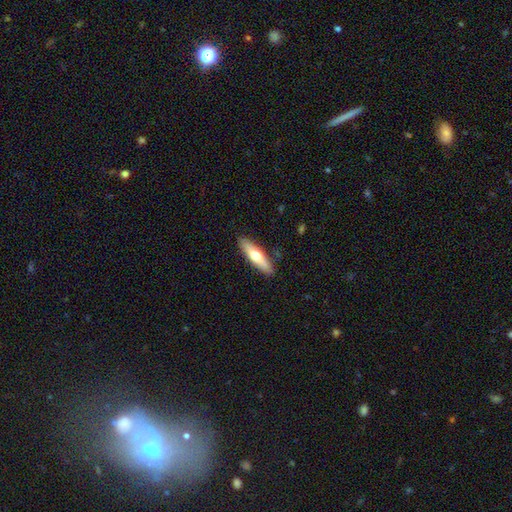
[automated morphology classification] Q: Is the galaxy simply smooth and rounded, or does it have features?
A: smooth — 57%.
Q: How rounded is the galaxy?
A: cigar-shaped — 68%.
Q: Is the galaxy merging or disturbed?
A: none — 89%.